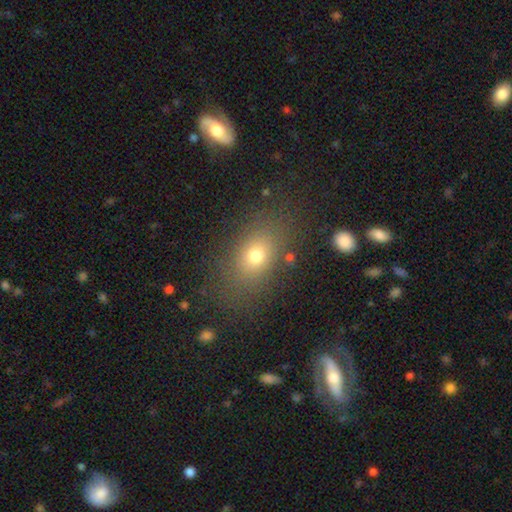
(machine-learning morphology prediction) A smooth galaxy with no disk features (72%) that is in between round and cigar-shaped (73%).

Vote fractions:
- Smooth or featured? smooth: 72% / star or artifact: 15% / featured or disk: 13%
- How rounded? in between: 73% / round: 24% / cigar-shaped: 3%
- Merging? none: 79% / minor disturbance: 12% / major disturbance: 6% / merger: 2%